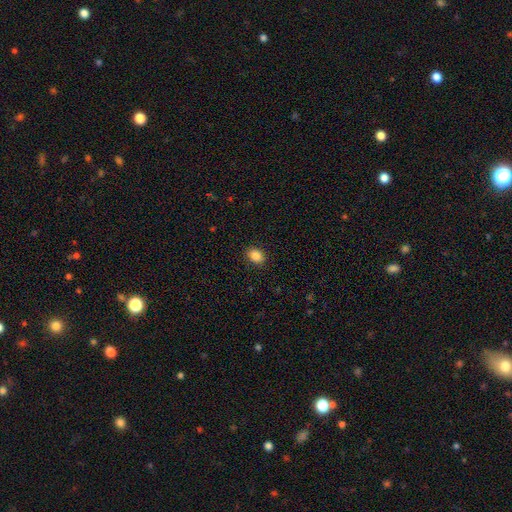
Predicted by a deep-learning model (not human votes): A smooth galaxy with no disk features (88%) that is in between round and cigar-shaped (68%).

Vote fractions:
- Smooth or featured? smooth: 88% / star or artifact: 9% / featured or disk: 3%
- How rounded? in between: 68% / round: 31% / cigar-shaped: 1%
- Merging? none: 89% / minor disturbance: 7% / major disturbance: 2% / merger: 1%